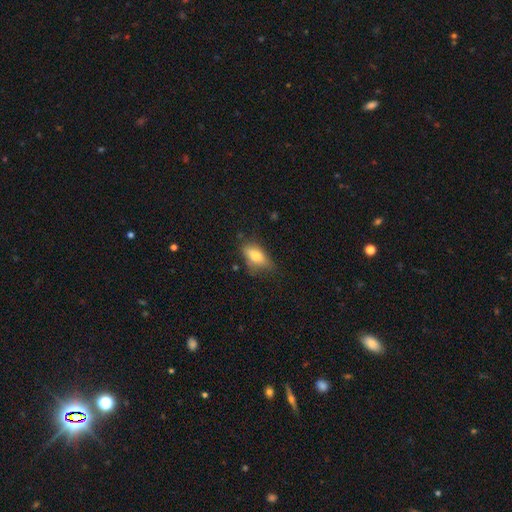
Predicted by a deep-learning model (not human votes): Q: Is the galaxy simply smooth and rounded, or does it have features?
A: smooth — 74%.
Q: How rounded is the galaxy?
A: in between — 83%.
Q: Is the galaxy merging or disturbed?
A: none — 57%.